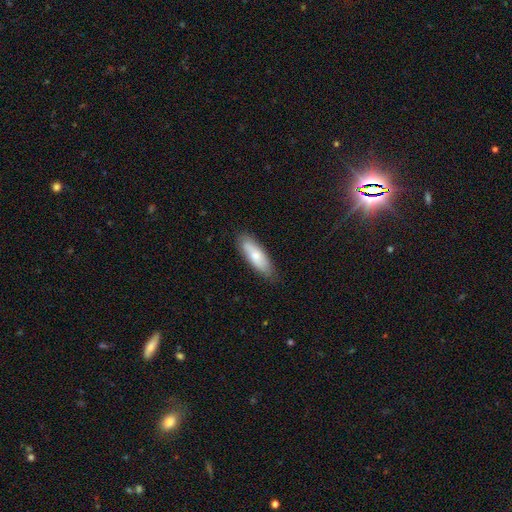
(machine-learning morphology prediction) type=smooth (70%); roundness=in between (61%); merging=none (78%).